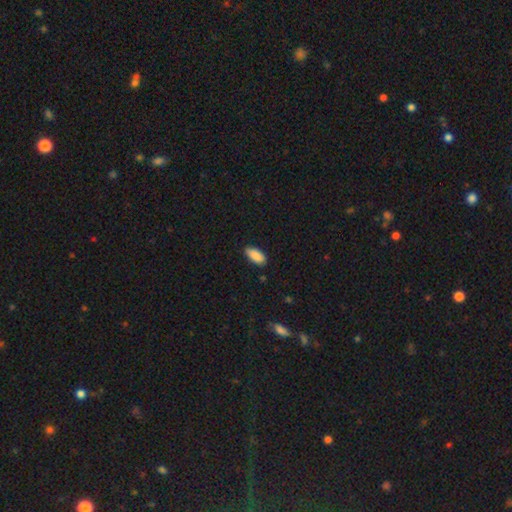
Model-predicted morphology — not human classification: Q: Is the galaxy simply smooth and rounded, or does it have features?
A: smooth — 90%.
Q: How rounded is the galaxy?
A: in between — 90%.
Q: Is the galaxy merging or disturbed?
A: none — 85%.